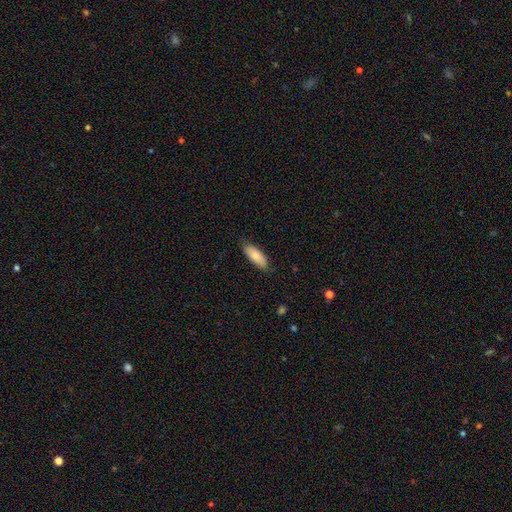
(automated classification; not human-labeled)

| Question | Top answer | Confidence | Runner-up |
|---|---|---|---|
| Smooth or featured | smooth | 75% | featured or disk (19%) |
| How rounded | in between | 75% | cigar-shaped (23%) |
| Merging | none | 83% | minor disturbance (13%) |